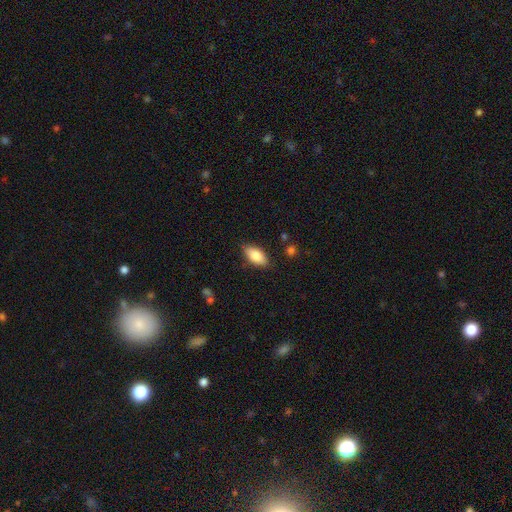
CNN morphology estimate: This appears to be a smooth galaxy with no disk features (83%) that is in between round and cigar-shaped (89%). Merging: none (84%).